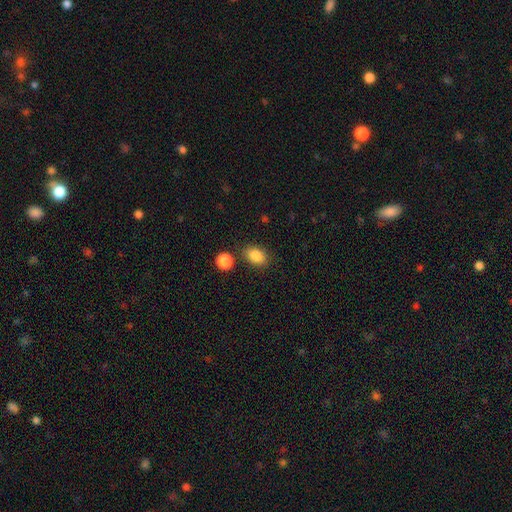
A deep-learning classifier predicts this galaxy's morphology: type=smooth (86%); roundness=in between (80%); merging=none (79%).